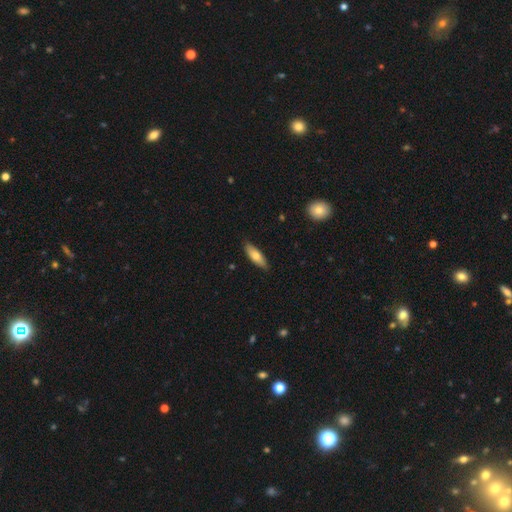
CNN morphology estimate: type=smooth (69%); roundness=in between (55%); merging=none (86%).